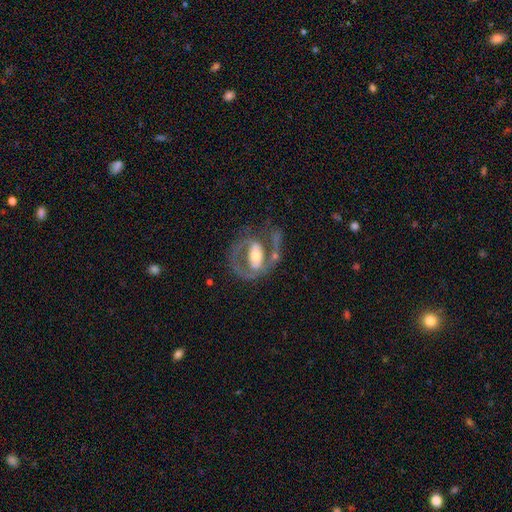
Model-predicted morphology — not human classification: A featured or disk galaxy (75%) with a strong bar (35%), spiral arms (56%) and a moderate central bulge (62%).

Vote fractions:
- Smooth or featured? featured or disk: 75% / smooth: 20% / star or artifact: 5%
- Edge-on disk? no: 94% / yes: 6%
- Bar? strong: 35% / no: 34% / weak: 31%
- Spiral arms? yes: 56% / no: 44%
- Bulge size? moderate: 62% / large: 18% / small: 16% / none: 2% / dominant: 2%
- Merging? none: 40% / major disturbance: 31% / minor disturbance: 19% / merger: 10%